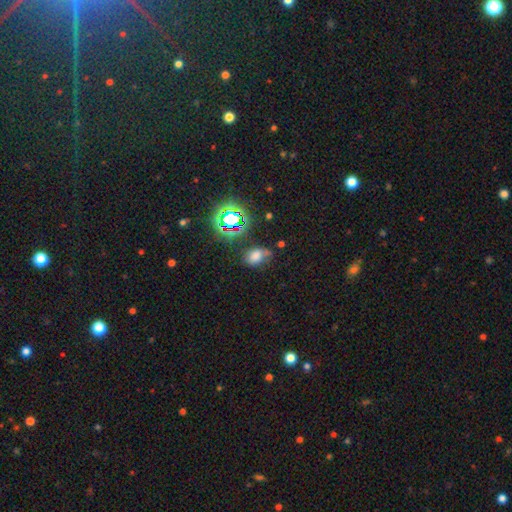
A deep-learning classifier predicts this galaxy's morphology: Q: Smooth or featured?
A: smooth (62%); runner-up: star or artifact (26%)
Q: How rounded?
A: in between (78%); runner-up: round (21%)
Q: Merging?
A: none (52%); runner-up: minor disturbance (29%)